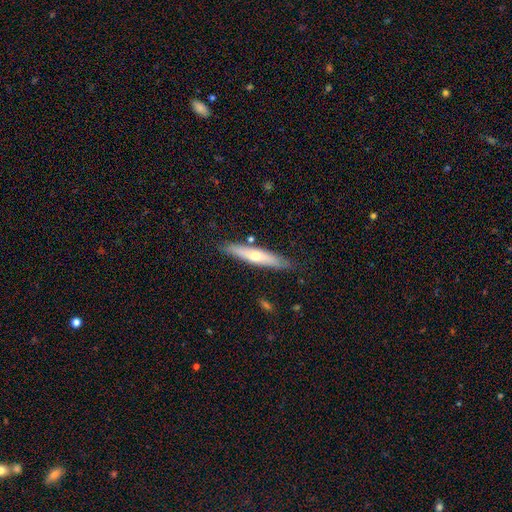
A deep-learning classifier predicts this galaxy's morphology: This appears to be a smooth galaxy with no disk features (47%, tied with featured or disk). Merging: none (84%).